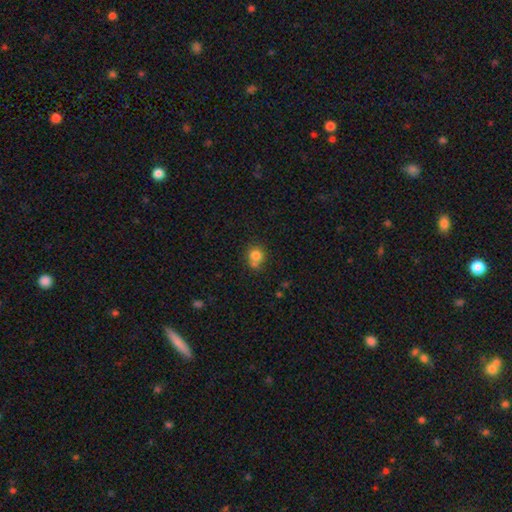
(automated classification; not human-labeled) A smooth galaxy with no disk features (80%) that is round (83%). Merging: none (53%).